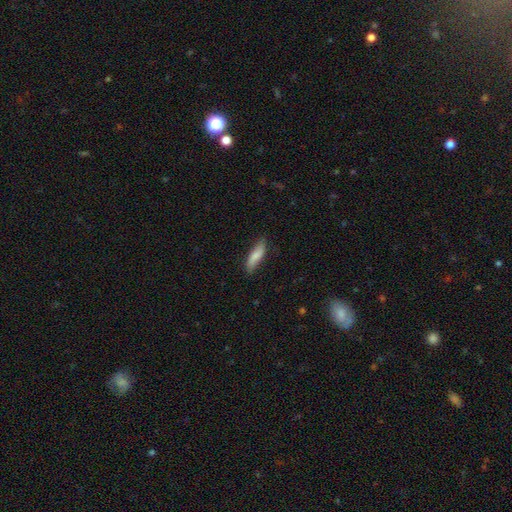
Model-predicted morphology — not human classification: smooth 78%, featured or disk 16%, star or artifact 6%. Down the decision tree: how rounded — cigar-shaped (59%); merging — none (76%).